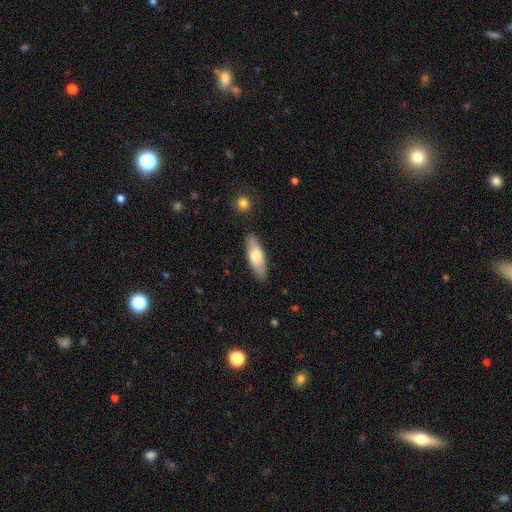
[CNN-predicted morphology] A smooth galaxy with no disk features (70%) that is in between round and cigar-shaped (64%).

Vote fractions:
- Smooth or featured? smooth: 70% / featured or disk: 25% / star or artifact: 5%
- How rounded? in between: 64% / cigar-shaped: 33% / round: 2%
- Merging? none: 86% / minor disturbance: 10% / major disturbance: 2% / merger: 2%